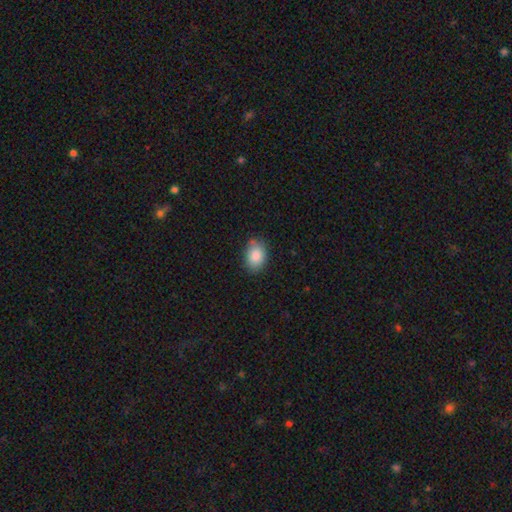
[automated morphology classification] Smooth or featured? Predicted: smooth (p=0.87). How rounded? Predicted: in between (p=0.76). Merging? Predicted: none (p=0.81).